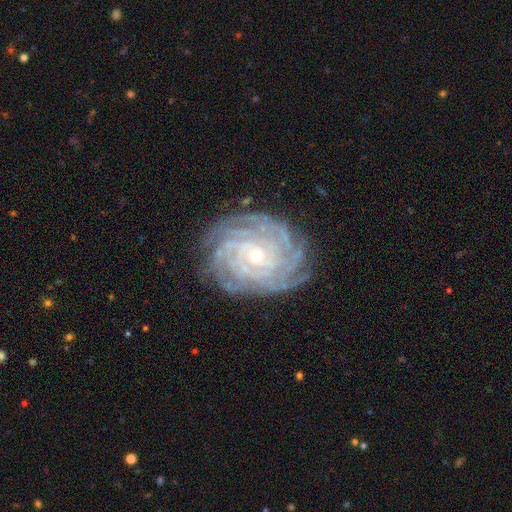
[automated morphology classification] smooth-or-featured: featured or disk: 89% | star or artifact: 6% | smooth: 5%
  disk-edge-on: no: 97% | yes: 3%
    bar: no: 67% | weak: 24% | strong: 9%
    has-spiral-arms: yes: 98% | no: 2%
      spiral-winding: tight: 85% | medium: 13% | loose: 2%
      spiral-arm-count: more than 4: 40% | can't tell: 18% | 4: 18% | 3: 9% | 2: 8% | 1: 7%
    bulge-size: small: 69% | moderate: 28% | large: 1% | none: 1% | dominant: 1%
  merging: none: 83% | minor disturbance: 12% | major disturbance: 4% | merger: 1%